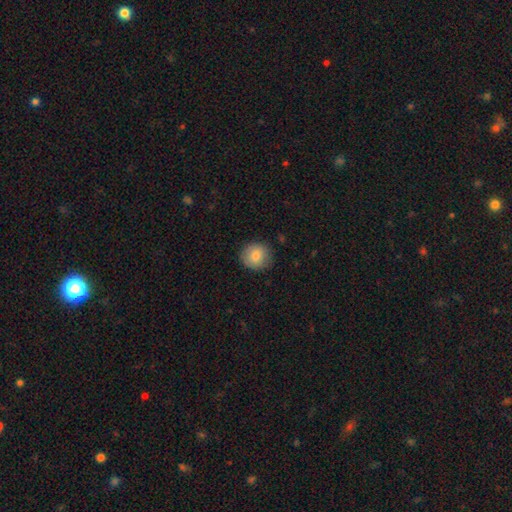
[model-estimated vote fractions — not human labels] smooth_or_featured: smooth (p=0.81) [alt: featured or disk p=0.10]
how_rounded: round (p=0.89) [alt: in between p=0.10]
merging: none (p=0.87) [alt: minor disturbance p=0.10]